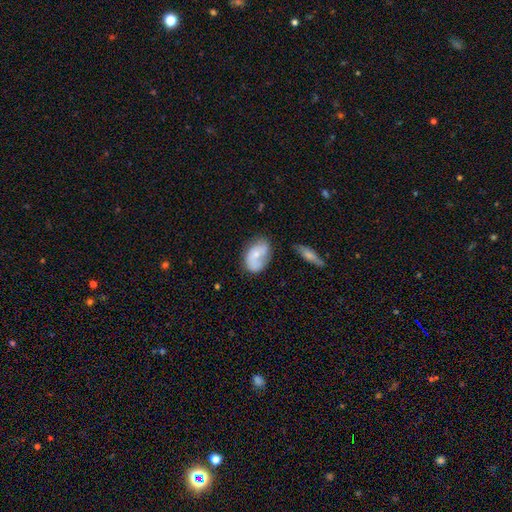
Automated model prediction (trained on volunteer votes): The model was most divided on "merging": none: 45%, minor disturbance: 27%, merger: 16%, major disturbance: 12%. More confident: how rounded — in between (85%); smooth or featured — smooth (58%).